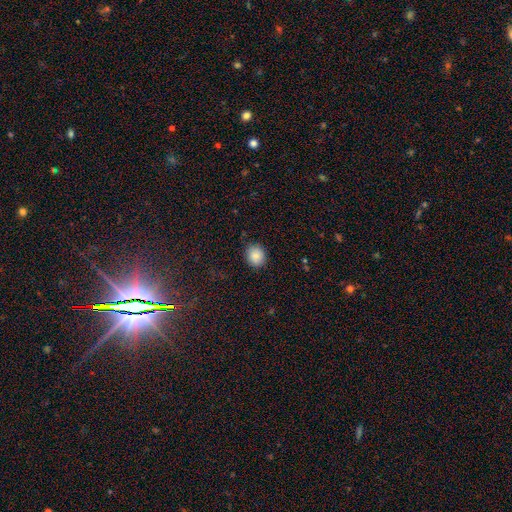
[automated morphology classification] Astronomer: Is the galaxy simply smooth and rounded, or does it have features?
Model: smooth — 86%.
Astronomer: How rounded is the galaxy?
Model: round — 76%.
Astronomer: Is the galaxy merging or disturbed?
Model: none — 86%.